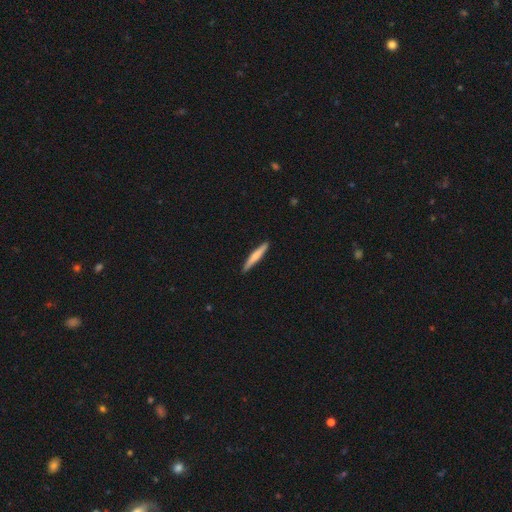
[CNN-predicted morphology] Smooth or featured?
  - smooth: 61% *
  - featured or disk: 34%
  - star or artifact: 5%
How rounded?
  - cigar-shaped: 94% *
  - in between: 4%
  - round: 1%
Merging?
  - none: 91% *
  - minor disturbance: 7%
  - major disturbance: 1%
  - merger: 1%